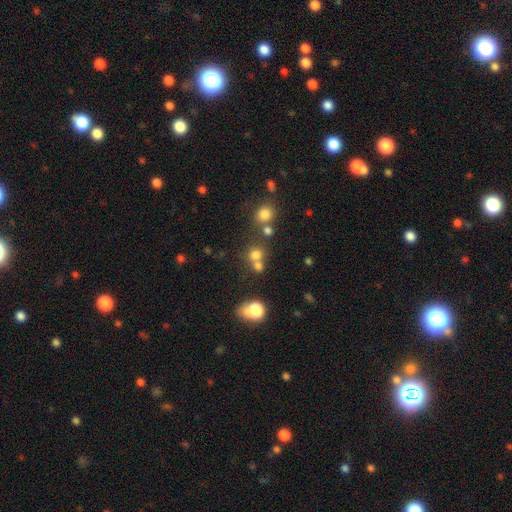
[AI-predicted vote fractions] Morphology: type=smooth (70%); roundness=round (82%); merging=none (49%).